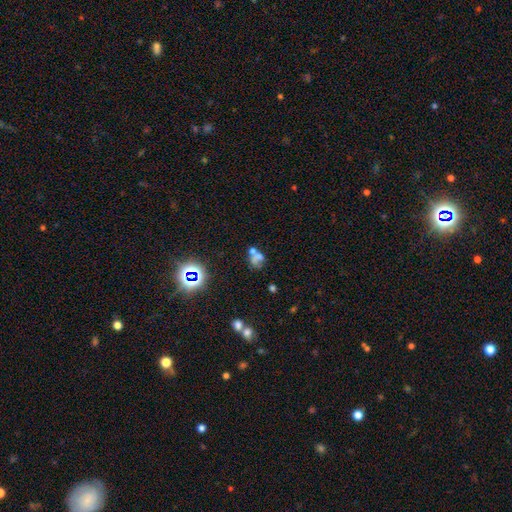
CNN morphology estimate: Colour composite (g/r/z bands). It shows a smooth galaxy with no disk features (46%). Merging: merger (43%).